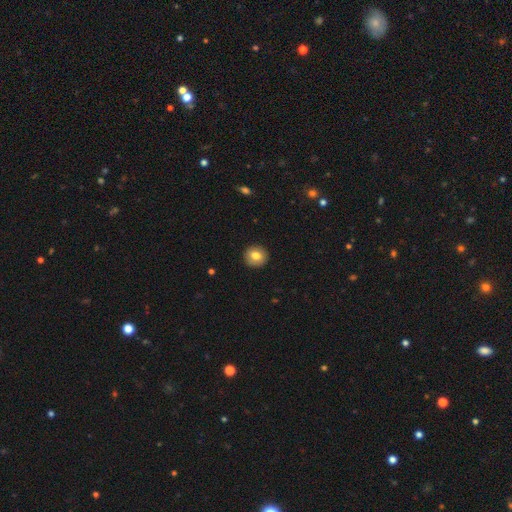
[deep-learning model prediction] The model was most divided on "smooth or featured": smooth: 79%, featured or disk: 13%, star or artifact: 8%. More confident: merging — none (91%); how rounded — round (87%).